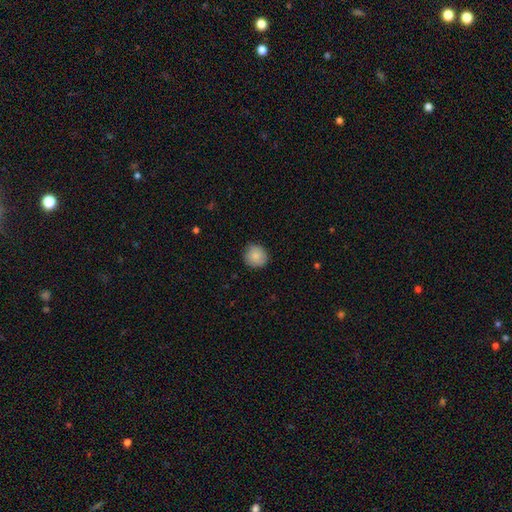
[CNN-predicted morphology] A smooth galaxy with no disk features (86%) that is round (91%). Merging: none (87%).